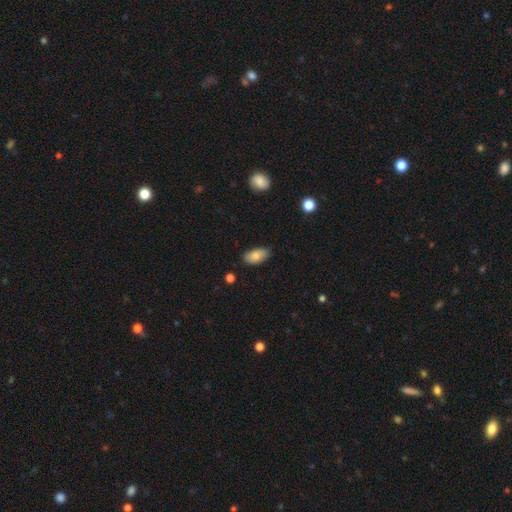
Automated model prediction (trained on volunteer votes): smooth-or-featured: smooth: 84% | featured or disk: 9% | star or artifact: 7%
  how-rounded: in between: 93% | cigar-shaped: 4% | round: 3%
  merging: none: 82% | minor disturbance: 14% | major disturbance: 2% | merger: 1%